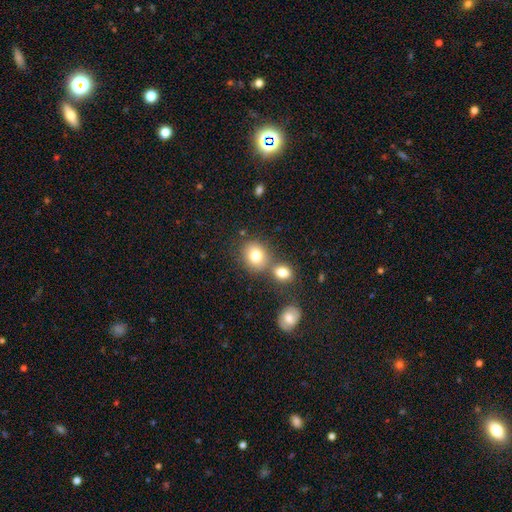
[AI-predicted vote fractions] Morphology: type=smooth (79%); roundness=round (69%); merging=none (59%).